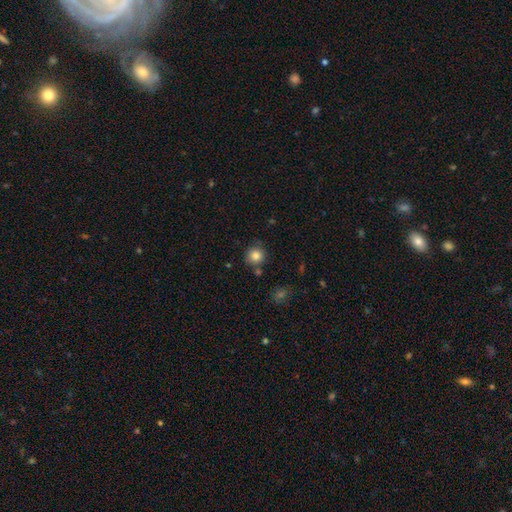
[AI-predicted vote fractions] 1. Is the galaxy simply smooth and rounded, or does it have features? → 83% smooth, 10% star or artifact, 6% featured or disk.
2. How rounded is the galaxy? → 92% round, 7% in between, 1% cigar-shaped.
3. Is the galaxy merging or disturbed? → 79% none, 12% minor disturbance, 6% merger, 3% major disturbance.